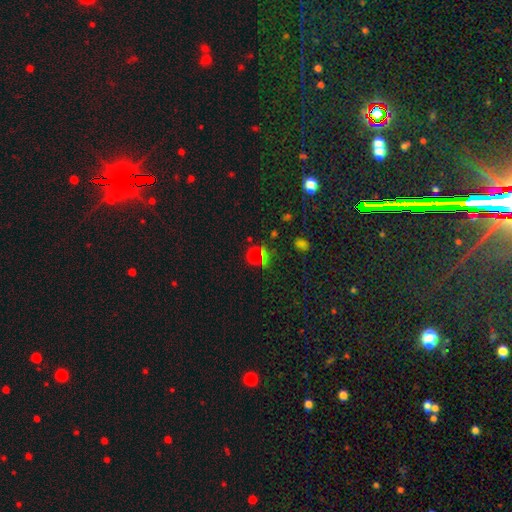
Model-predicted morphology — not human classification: This is possibly a star or artifact rather than a galaxy (50%).